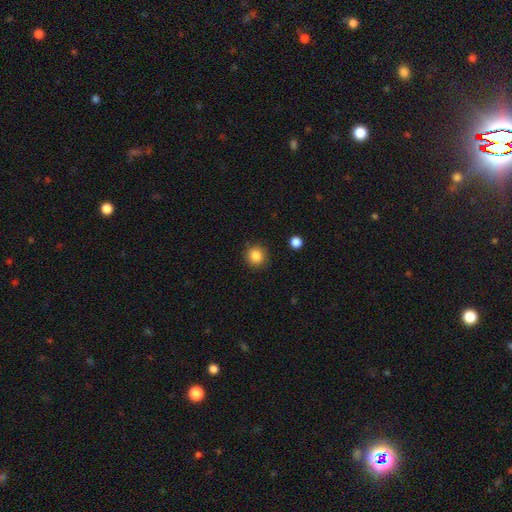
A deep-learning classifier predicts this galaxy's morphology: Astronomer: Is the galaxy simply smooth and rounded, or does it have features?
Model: smooth — 86%.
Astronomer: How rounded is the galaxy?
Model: round — 90%.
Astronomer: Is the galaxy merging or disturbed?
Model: none — 89%.